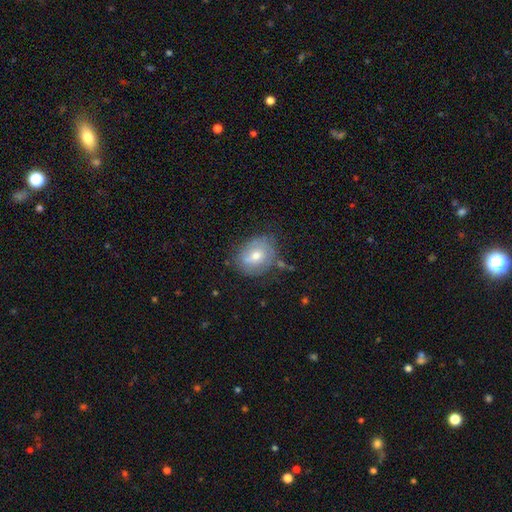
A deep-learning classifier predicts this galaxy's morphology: smooth 50%, featured or disk 41%, star or artifact 9%. Down the decision tree: how rounded — round (50%); merging — none (68%).